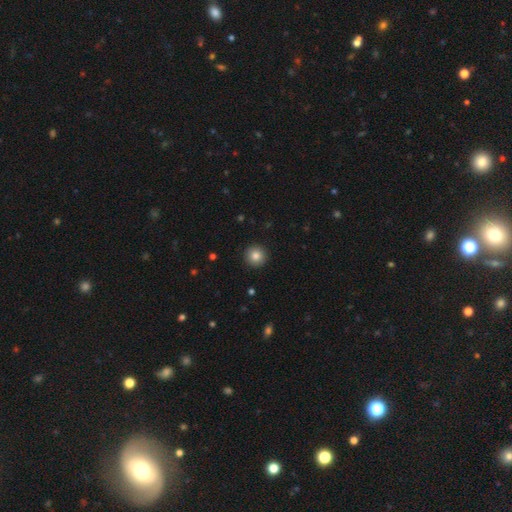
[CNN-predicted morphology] Smooth or featured: smooth — 84% (star or artifact — 9%)
How rounded: round — 96% (in between — 3%)
Merging: none — 93% (minor disturbance — 5%)